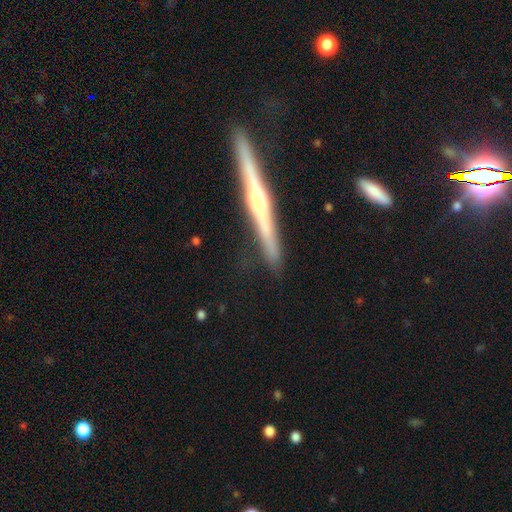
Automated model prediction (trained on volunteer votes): featured or disk 74%, smooth 18%, star or artifact 8%. Down the decision tree: edge-on disk — yes (98%); edge-on bulge — rounded (54%); merging — none (87%).